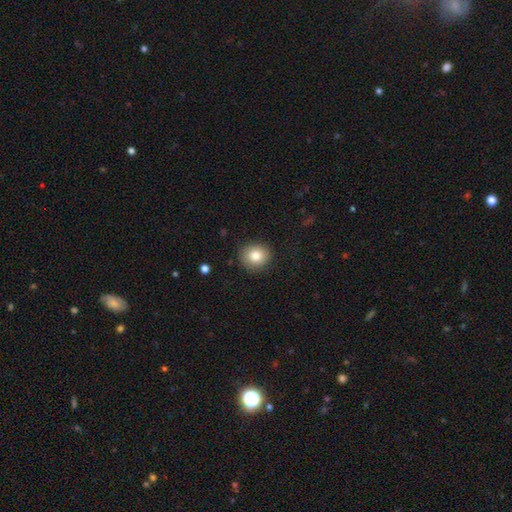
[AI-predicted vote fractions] Q: Smooth or featured?
A: smooth (82%); runner-up: star or artifact (9%)
Q: How rounded?
A: round (85%); runner-up: in between (14%)
Q: Merging?
A: none (86%); runner-up: minor disturbance (10%)